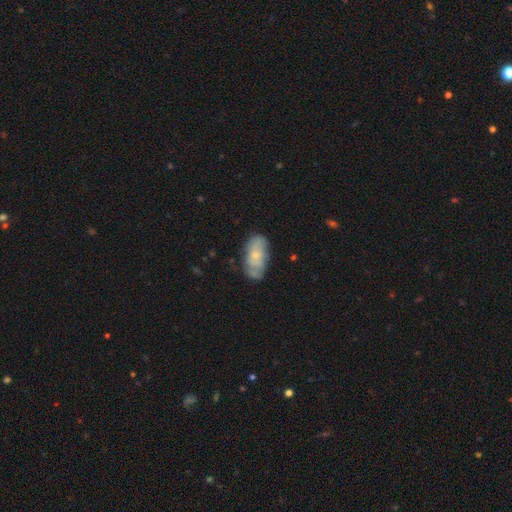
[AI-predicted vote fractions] Morphology: type=smooth (53%); roundness=in between (90%); merging=none (59%).